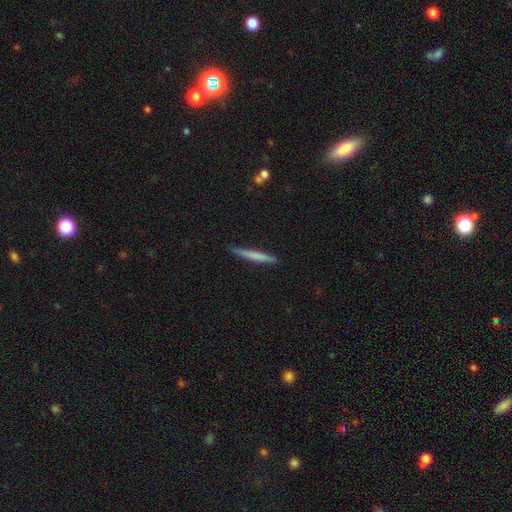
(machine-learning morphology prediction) smooth_or_featured: smooth (p=0.67) [alt: featured or disk p=0.27]
how_rounded: cigar-shaped (p=0.96) [alt: in between p=0.03]
merging: none (p=0.86) [alt: minor disturbance p=0.11]